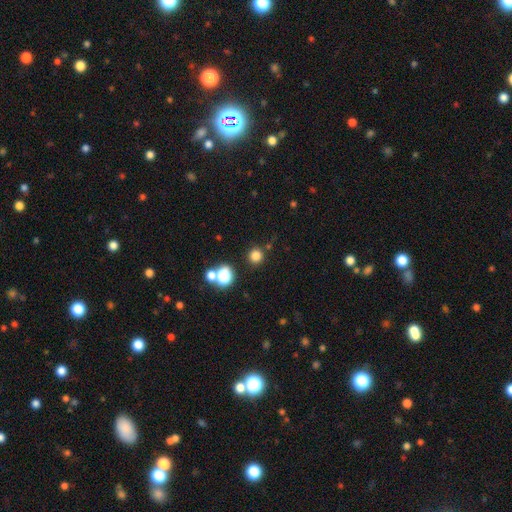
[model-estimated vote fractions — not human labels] Morphology: type=smooth (78%); roundness=round (94%); merging=none (84%).